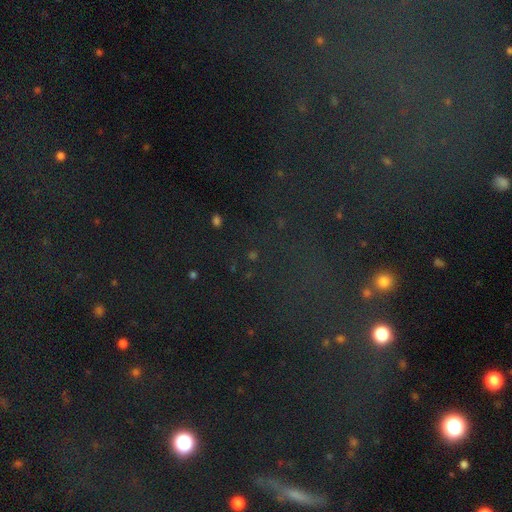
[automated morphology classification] Smooth or featured? star or artifact (73%)